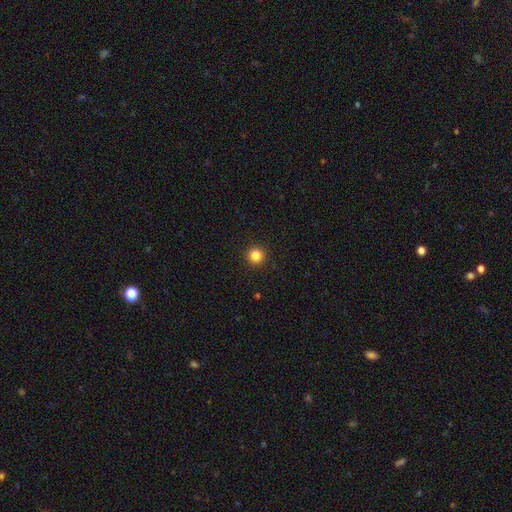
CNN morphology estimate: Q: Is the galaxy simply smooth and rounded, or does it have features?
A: smooth — 84%.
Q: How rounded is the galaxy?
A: round — 96%.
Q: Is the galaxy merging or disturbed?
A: none — 94%.